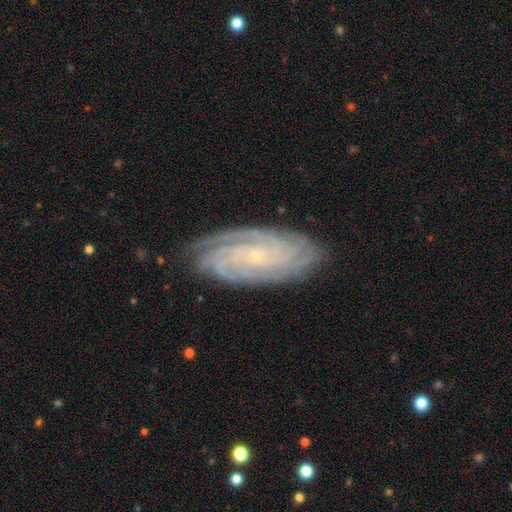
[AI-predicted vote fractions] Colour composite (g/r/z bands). It shows a featured or disk galaxy (88%) with no bar (71%), 4 (25%) tight (82%) spiral arms (98%) and a small central bulge (86%). Merging: none (82%).